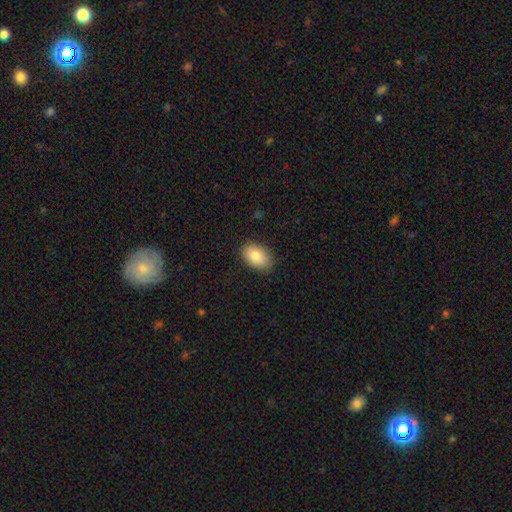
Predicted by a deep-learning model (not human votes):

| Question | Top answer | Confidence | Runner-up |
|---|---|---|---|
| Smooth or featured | smooth | 84% | featured or disk (9%) |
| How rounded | in between | 90% | round (9%) |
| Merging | none | 86% | minor disturbance (11%) |